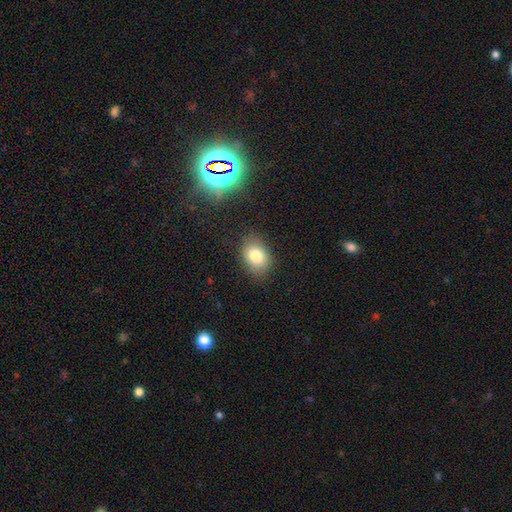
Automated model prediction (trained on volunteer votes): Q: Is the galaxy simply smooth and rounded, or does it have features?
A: smooth — 81%.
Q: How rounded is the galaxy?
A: in between — 73%.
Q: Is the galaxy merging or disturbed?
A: none — 82%.